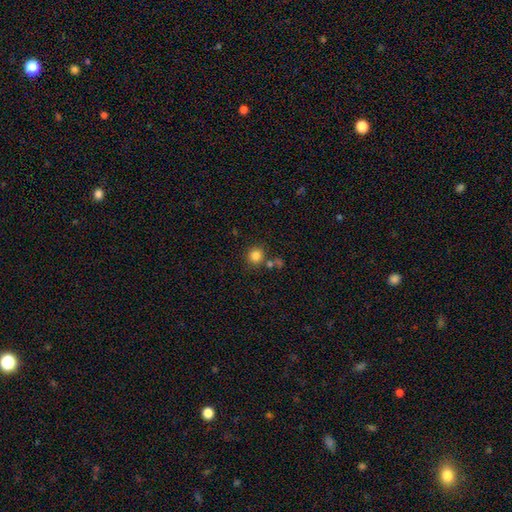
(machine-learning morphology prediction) Smooth or featured? Predicted: smooth (p=0.83). How rounded? Predicted: round (p=0.91). Merging? Predicted: none (p=0.77).